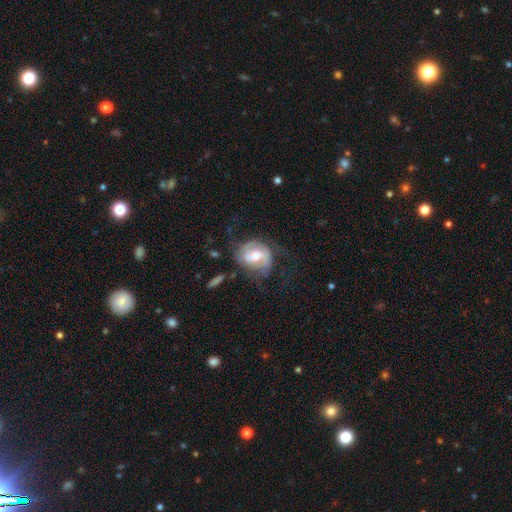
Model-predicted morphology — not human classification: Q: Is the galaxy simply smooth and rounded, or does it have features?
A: featured or disk — 70%.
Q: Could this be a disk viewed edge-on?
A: no — 96%.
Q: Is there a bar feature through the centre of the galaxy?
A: weak — 46%.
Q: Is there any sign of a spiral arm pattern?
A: yes — 80%.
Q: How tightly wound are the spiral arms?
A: medium — 41%.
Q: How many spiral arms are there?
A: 2 — 64%.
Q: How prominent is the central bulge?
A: moderate — 68%.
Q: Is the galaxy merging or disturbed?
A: none — 52%.